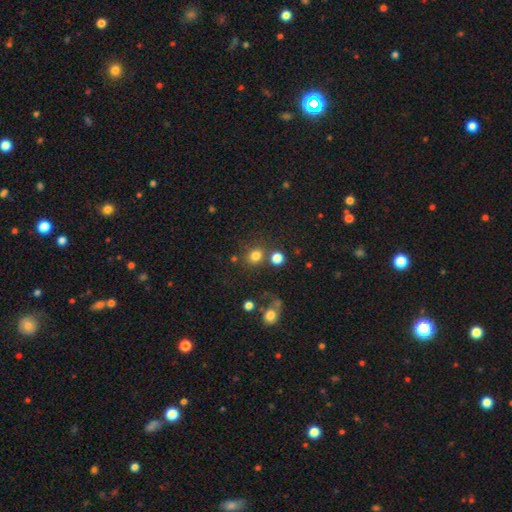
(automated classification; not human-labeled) A smooth galaxy with no disk features (79%) that is round (84%). Merging: none (71%).